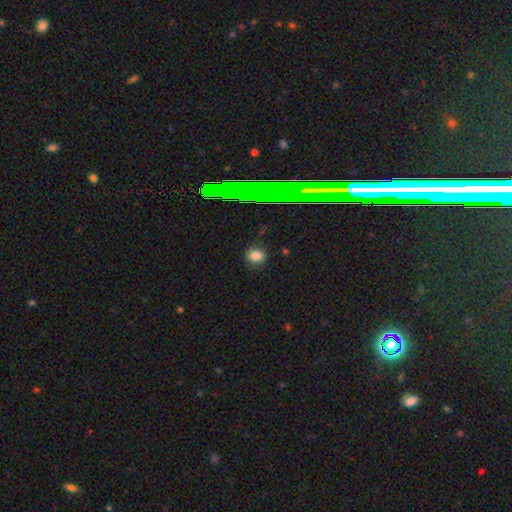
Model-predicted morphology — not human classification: type=smooth (78%); roundness=round (80%); merging=none (86%).